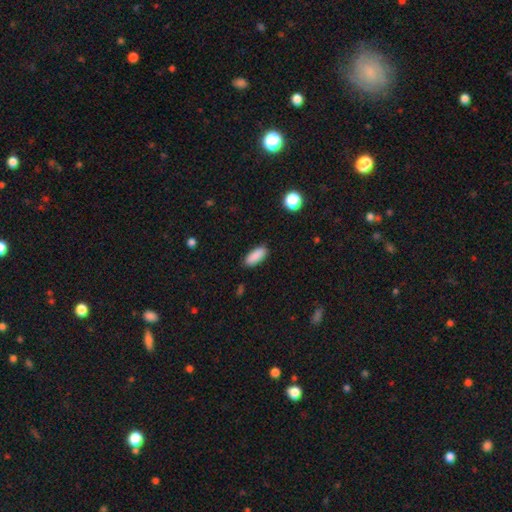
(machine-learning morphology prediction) Smooth or featured: smooth — 90% (star or artifact — 7%)
How rounded: in between — 79% (cigar-shaped — 19%)
Merging: none — 88% (minor disturbance — 9%)